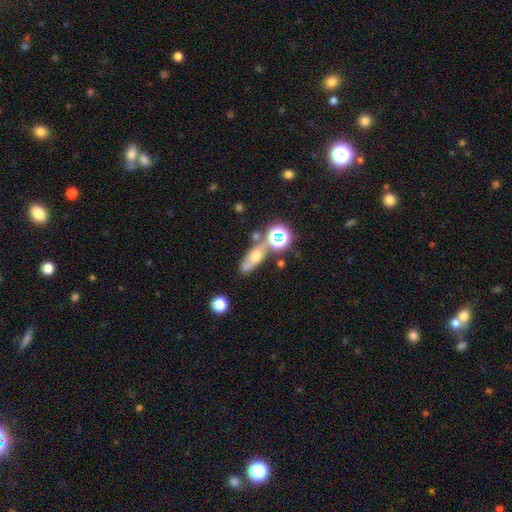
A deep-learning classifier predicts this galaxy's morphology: A smooth galaxy with no disk features (44%). Merging: none (54%).